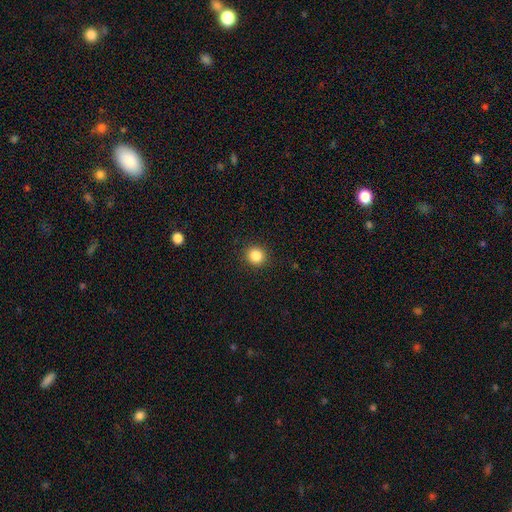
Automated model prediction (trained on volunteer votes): Smooth or featured? Predicted: smooth (p=0.85). How rounded? Predicted: round (p=0.92). Merging? Predicted: none (p=0.92).